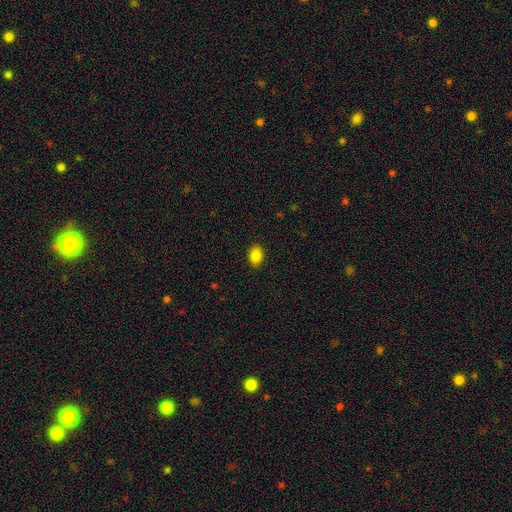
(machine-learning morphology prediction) smooth-or-featured: smooth: 86% | star or artifact: 9% | featured or disk: 5%
  how-rounded: in between: 82% | round: 17% | cigar-shaped: 1%
  merging: none: 89% | minor disturbance: 8% | major disturbance: 2% | merger: 1%